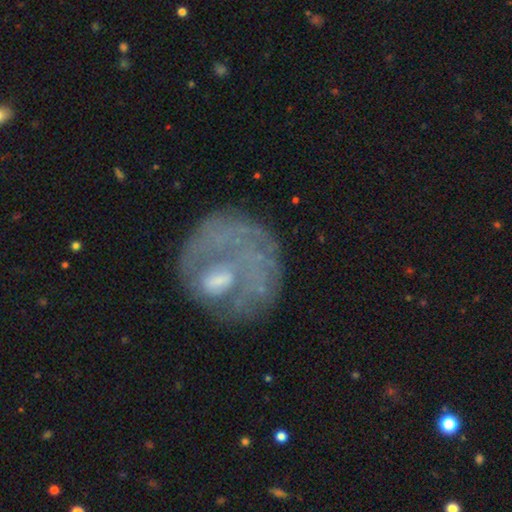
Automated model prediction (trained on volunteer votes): Q: Smooth or featured?
A: featured or disk (54%); runner-up: smooth (31%)
Q: Edge-on disk?
A: no (97%); runner-up: yes (3%)
Q: Bar?
A: no (78%); runner-up: weak (17%)
Q: Spiral arms?
A: no (67%); runner-up: yes (33%)
Q: Bulge size?
A: moderate (39%); runner-up: none (26%)
Q: Merging?
A: none (55%); runner-up: major disturbance (24%)